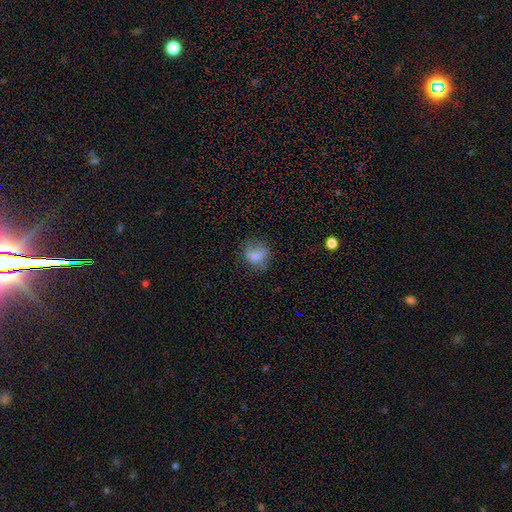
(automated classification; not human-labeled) Overall: smooth (71%). How rounded: round (61%; in between 38%). Merging: none (56%; minor disturbance 26%).